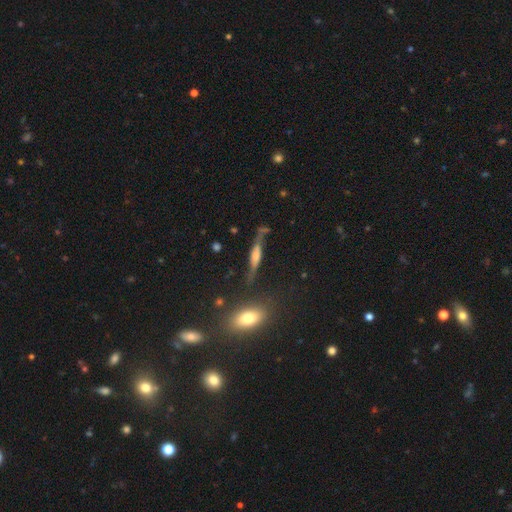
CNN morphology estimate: A featured or disk galaxy (67%) viewed edge-on (83%) with a rounded central bulge (74%).

Vote fractions:
- Smooth or featured? featured or disk: 67% / smooth: 20% / star or artifact: 12%
- Edge-on disk? yes: 83% / no: 17%
- Edge-on bulge? rounded: 74% / boxy: 17% / none: 10%
- Merging? none: 68% / minor disturbance: 18% / major disturbance: 8% / merger: 5%